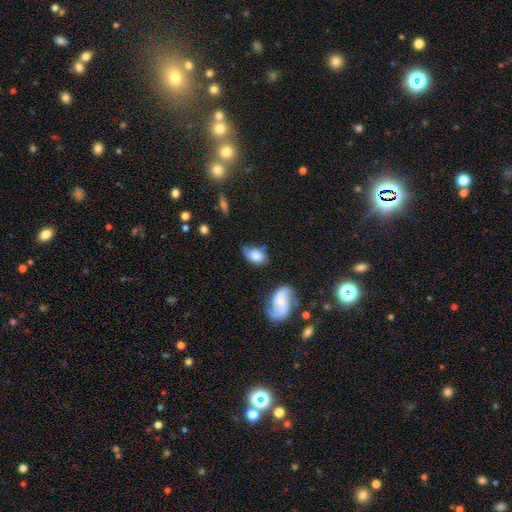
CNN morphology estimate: smooth 68%, featured or disk 24%, star or artifact 8%. Down the decision tree: how rounded — in between (85%); merging — none (41%).